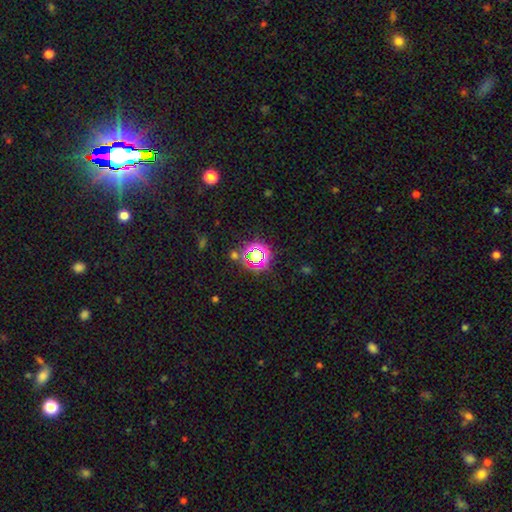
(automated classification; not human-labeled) smooth_or_featured: star or artifact (p=0.67) [alt: smooth p=0.23]